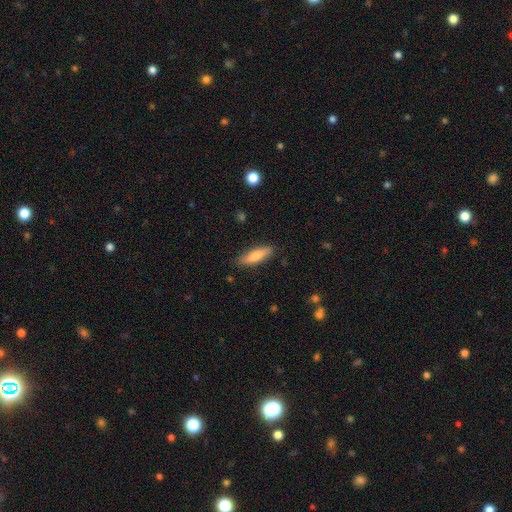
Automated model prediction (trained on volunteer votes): Smooth or featured: smooth — 77% (featured or disk — 17%)
How rounded: cigar-shaped — 57% (in between — 42%)
Merging: none — 84% (minor disturbance — 12%)